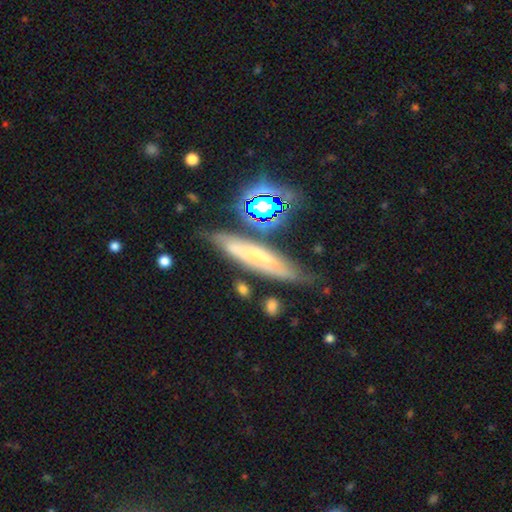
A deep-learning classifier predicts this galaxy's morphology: smooth_or_featured: featured or disk (p=0.50) [alt: smooth p=0.37]
disk_edge_on: yes (p=0.60) [alt: no p=0.40]
merging: none (p=0.71) [alt: minor disturbance p=0.19]